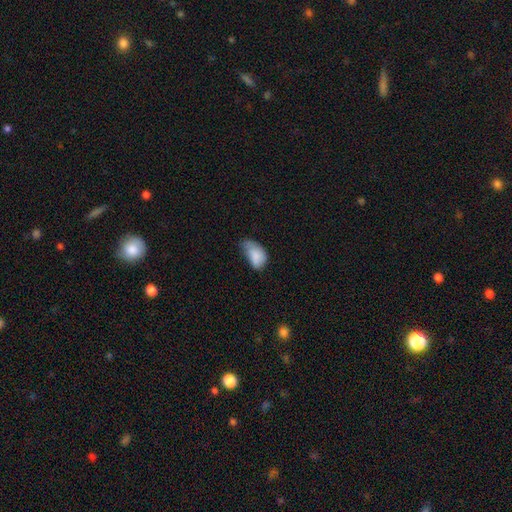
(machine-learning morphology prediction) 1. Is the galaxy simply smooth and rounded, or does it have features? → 81% smooth, 11% featured or disk, 8% star or artifact.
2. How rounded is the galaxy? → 91% in between, 7% round, 2% cigar-shaped.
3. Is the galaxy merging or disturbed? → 45% minor disturbance, 28% major disturbance, 22% none, 4% merger.